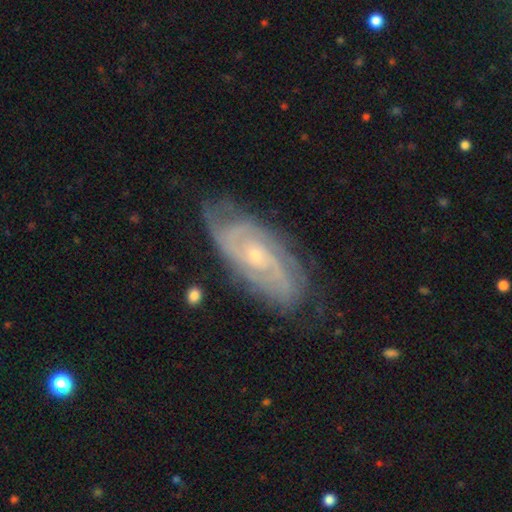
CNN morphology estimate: featured or disk 85%, smooth 9%, star or artifact 6%. Down the decision tree: edge-on disk — no (93%); bar — no (69%); spiral arms — yes (96%); spiral arm count — 2 (35%); spiral winding — tight (60%); bulge size — small (73%); merging — none (74%).